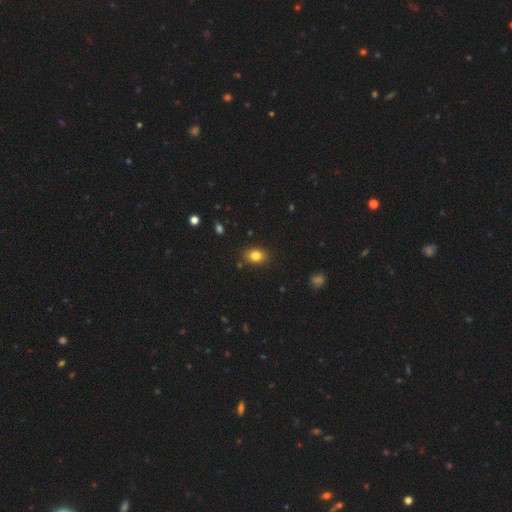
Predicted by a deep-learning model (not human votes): Overall: smooth (82%). How rounded: in between (71%). Merging: none (85%).